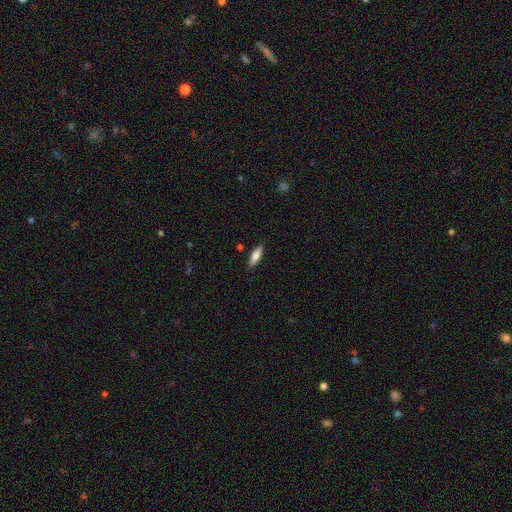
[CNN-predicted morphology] This is likely a smooth galaxy (67%). How rounded: possibly cigar-shaped (54%). Merging: clearly none (86%).